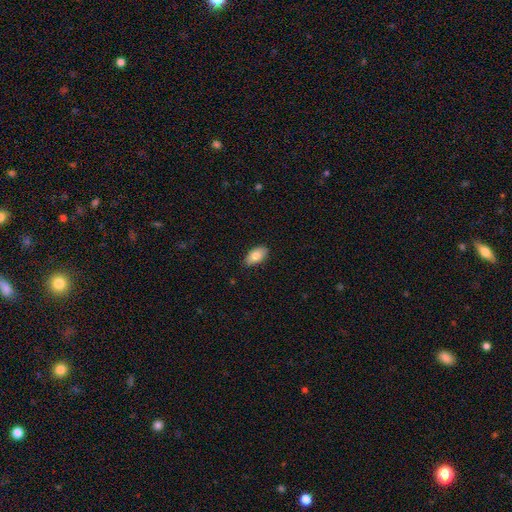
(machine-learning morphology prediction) Overall: smooth (83%). How rounded: in between (94%). Merging: none (86%).